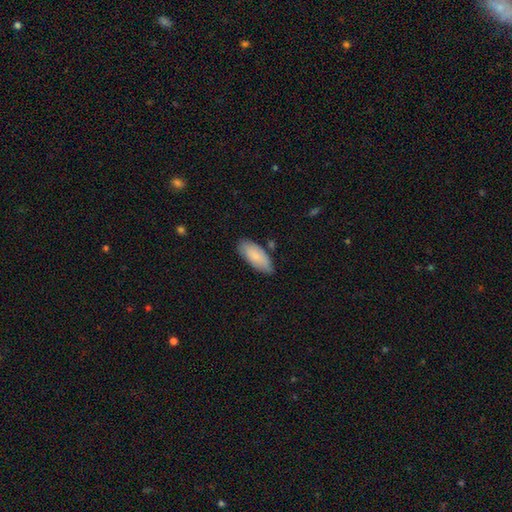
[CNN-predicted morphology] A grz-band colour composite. It shows a smooth galaxy with no disk features (83%) that is in between round and cigar-shaped (86%). Merging: none (76%).